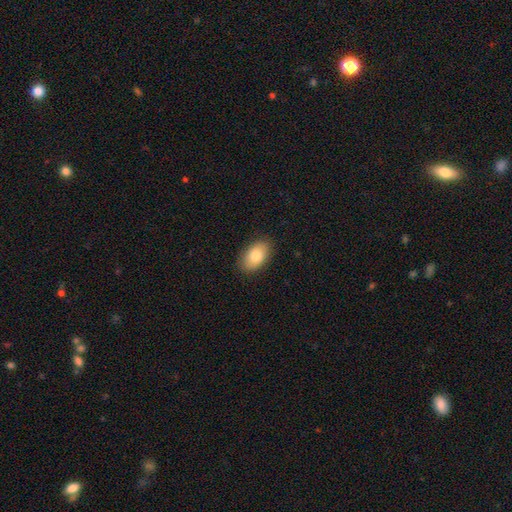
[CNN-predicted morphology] type=smooth (80%); roundness=in between (92%); merging=none (87%).